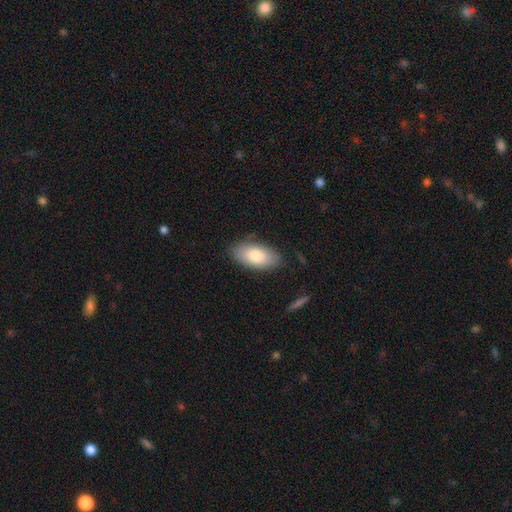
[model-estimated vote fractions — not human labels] Smooth or featured? Predicted: smooth (p=0.81). How rounded? Predicted: in between (p=0.93). Merging? Predicted: none (p=0.81).